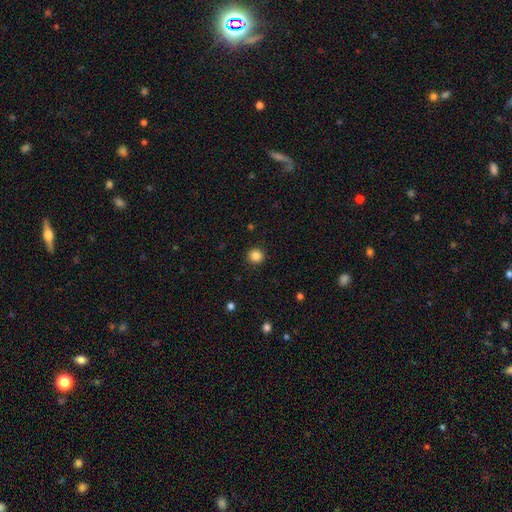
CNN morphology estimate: Q: Smooth or featured?
A: smooth (85%); runner-up: star or artifact (11%)
Q: How rounded?
A: round (93%); runner-up: in between (6%)
Q: Merging?
A: none (92%); runner-up: minor disturbance (5%)